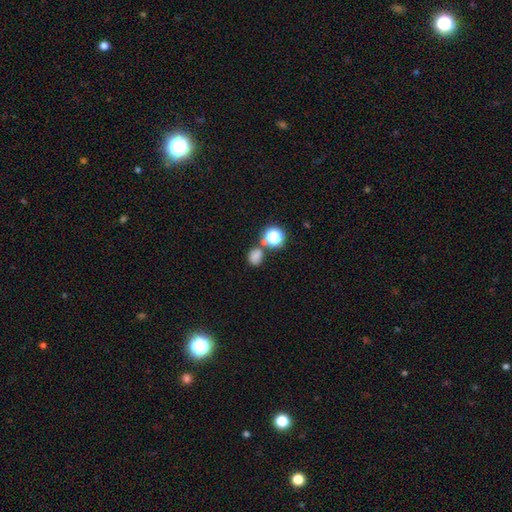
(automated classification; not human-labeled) Smooth or featured?
  - smooth: 72% *
  - star or artifact: 21%
  - featured or disk: 7%
How rounded?
  - round: 64% *
  - in between: 35%
  - cigar-shaped: 1%
Merging?
  - none: 59% *
  - merger: 24%
  - minor disturbance: 12%
  - major disturbance: 5%